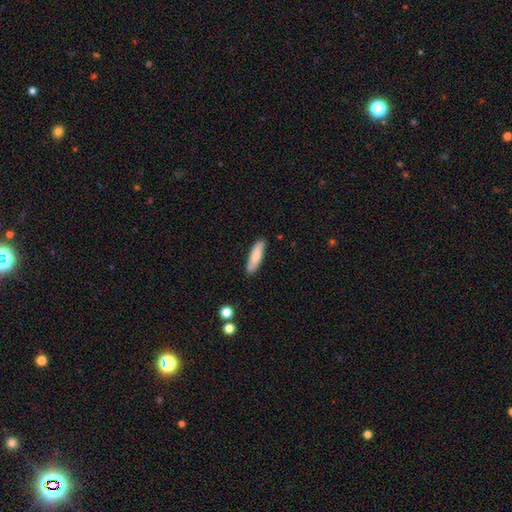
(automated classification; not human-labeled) smooth_or_featured: smooth (p=0.75) [alt: featured or disk p=0.19]
how_rounded: cigar-shaped (p=0.62) [alt: in between p=0.36]
merging: none (p=0.86) [alt: minor disturbance p=0.10]